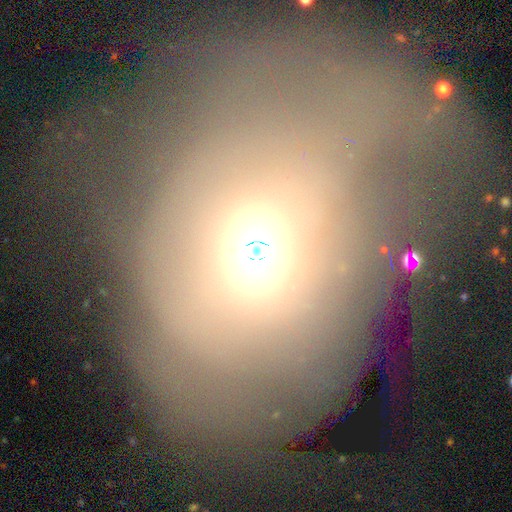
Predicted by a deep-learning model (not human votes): Overall: smooth (53%; featured or disk 24%). How rounded: round (65%; in between 32%). Merging: none (48%; major disturbance 20%).